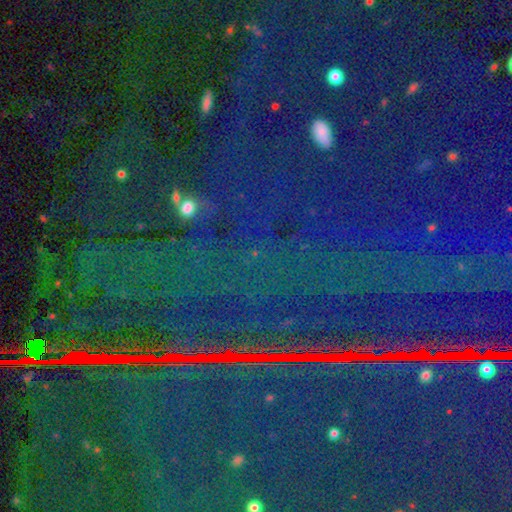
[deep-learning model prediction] Smooth or featured? Predicted: star or artifact (p=0.88).